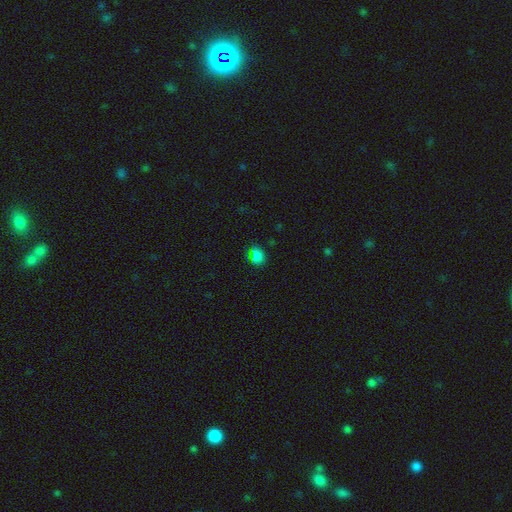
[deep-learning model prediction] A smooth galaxy with no disk features (71%) that is round (53%). Merging: none (75%).